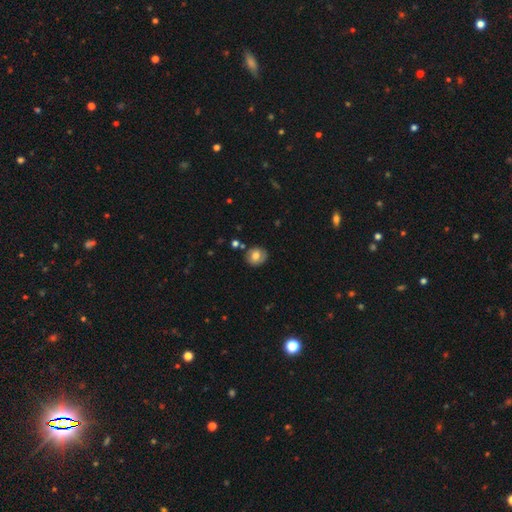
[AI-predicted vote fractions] Smooth or featured?
  - smooth: 69% *
  - featured or disk: 22%
  - star or artifact: 9%
How rounded?
  - round: 72% *
  - in between: 27%
  - cigar-shaped: 1%
Merging?
  - none: 78% *
  - minor disturbance: 14%
  - merger: 4%
  - major disturbance: 3%